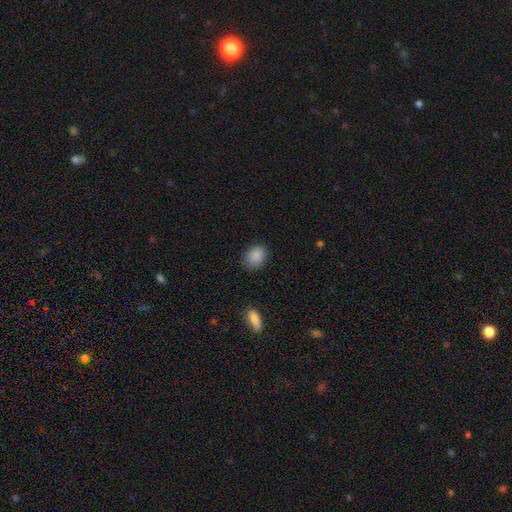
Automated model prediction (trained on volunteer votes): A smooth galaxy with no disk features (88%) that is in between round and cigar-shaped (61%). Merging: none (81%).